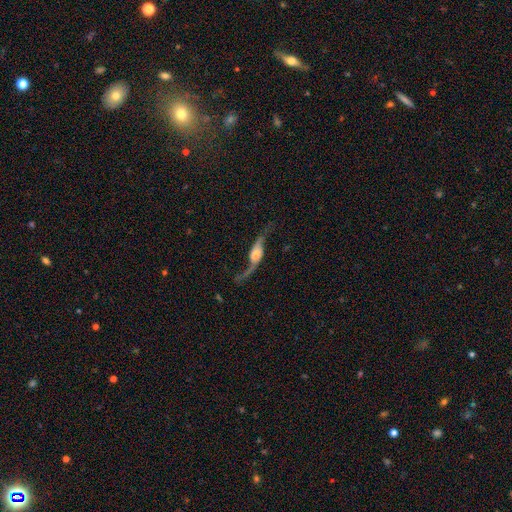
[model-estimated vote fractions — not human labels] smooth-or-featured: featured or disk: 84% | smooth: 10% | star or artifact: 6%
  disk-edge-on: no: 79% | yes: 21%
    bar: no: 58% | weak: 27% | strong: 14%
    has-spiral-arms: yes: 94% | no: 6%
      spiral-winding: loose: 91% | medium: 7% | tight: 2%
      spiral-arm-count: 2: 92% | 1: 4% | can't tell: 2% | 3: 1% | 4: 1% | more than 4: 1%
    bulge-size: moderate: 49% | small: 24% | large: 18% | dominant: 5% | none: 4%
  merging: none: 63% | major disturbance: 17% | minor disturbance: 17% | merger: 3%